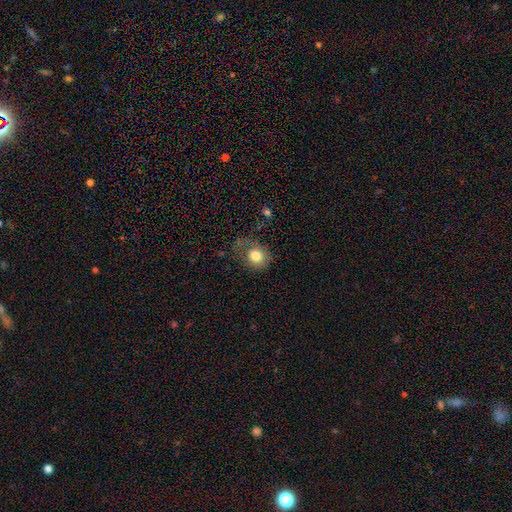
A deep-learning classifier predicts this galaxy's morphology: The model was most divided on "merging": none: 48%, minor disturbance: 27%, major disturbance: 22%, merger: 3%. More confident: smooth or featured — smooth (78%); how rounded — round (68%).